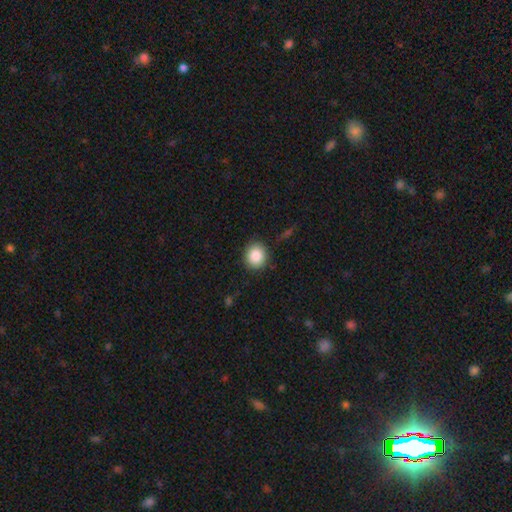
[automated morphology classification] A smooth galaxy with no disk features (87%) that is round (82%). Merging: none (87%).